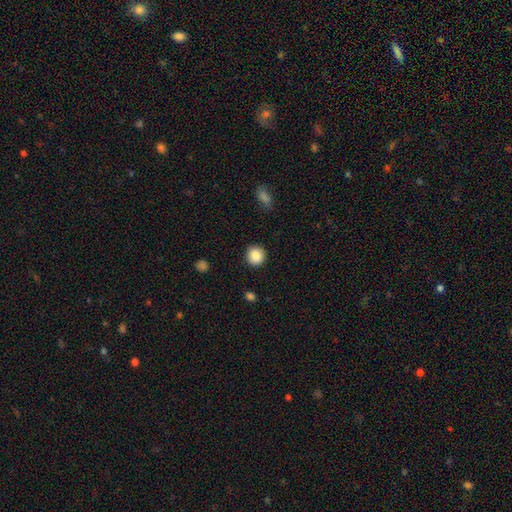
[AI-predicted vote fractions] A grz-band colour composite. It shows a smooth galaxy with no disk features (87%) that is round (89%). Merging: none (89%).